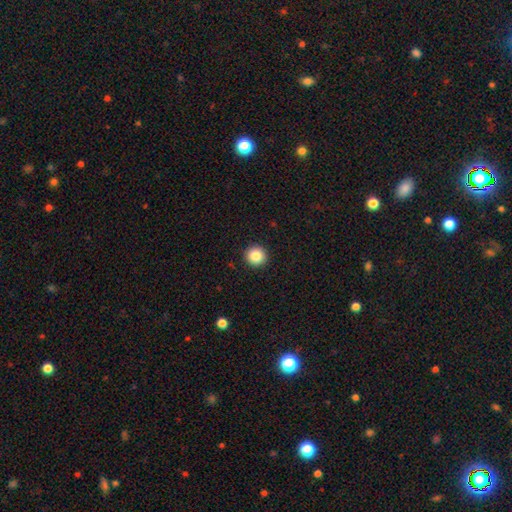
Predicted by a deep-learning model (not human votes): Smooth or featured? smooth (85%)
How rounded? round (95%)
Merging? none (93%)